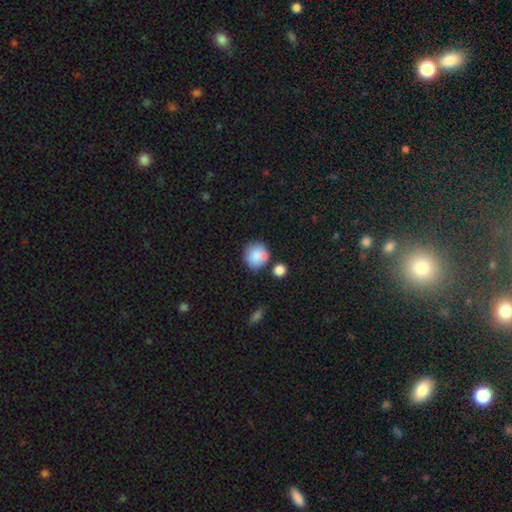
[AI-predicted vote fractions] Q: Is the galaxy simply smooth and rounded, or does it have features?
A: smooth — 83%.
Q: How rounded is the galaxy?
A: round — 83%.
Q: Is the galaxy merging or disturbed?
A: none — 60%.